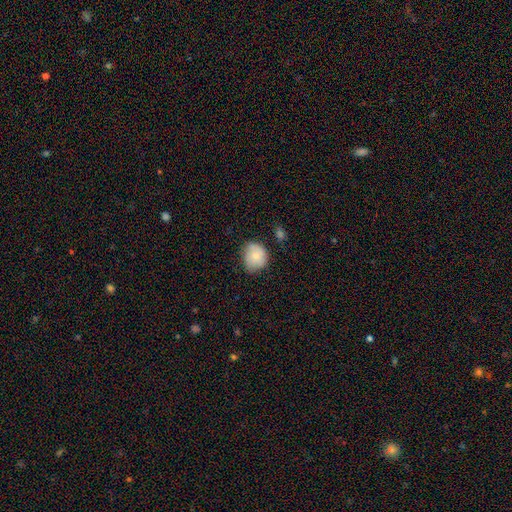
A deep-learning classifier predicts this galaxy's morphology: A smooth galaxy with no disk features (77%) that is round (69%).

Vote fractions:
- Smooth or featured? smooth: 77% / featured or disk: 15% / star or artifact: 8%
- How rounded? round: 69% / in between: 30% / cigar-shaped: 1%
- Merging? none: 59% / minor disturbance: 32% / major disturbance: 6% / merger: 2%